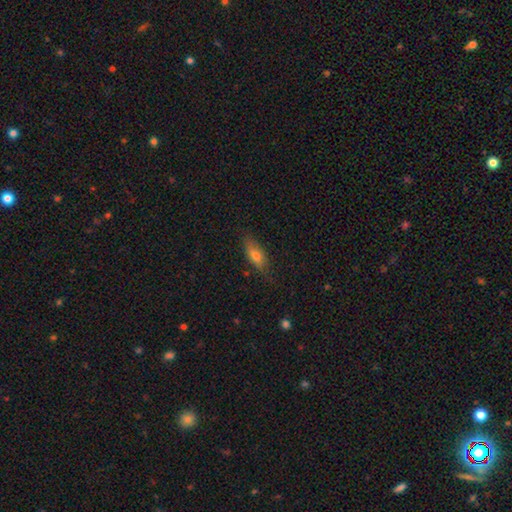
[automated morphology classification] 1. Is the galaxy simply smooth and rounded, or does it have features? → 64% smooth, 28% featured or disk, 8% star or artifact.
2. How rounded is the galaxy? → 63% in between, 34% cigar-shaped, 4% round.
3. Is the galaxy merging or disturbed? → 77% none, 18% minor disturbance, 4% major disturbance, 1% merger.